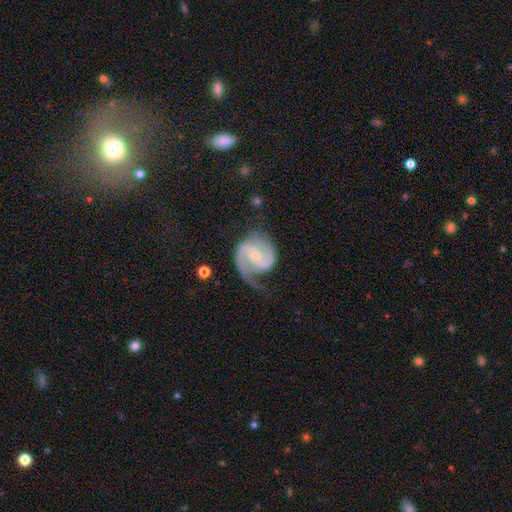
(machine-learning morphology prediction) smooth-or-featured: featured or disk: 90% | smooth: 6% | star or artifact: 4%
  disk-edge-on: no: 98% | yes: 2%
    bar: weak: 48% | no: 32% | strong: 19%
    has-spiral-arms: yes: 98% | no: 2%
      spiral-winding: medium: 52% | tight: 30% | loose: 18%
      spiral-arm-count: 2: 85% | 1: 8% | can't tell: 3% | 3: 2% | 4: 1% | more than 4: 1%
    bulge-size: small: 61% | moderate: 29% | none: 6% | large: 2% | dominant: 1%
  merging: none: 58% | minor disturbance: 23% | major disturbance: 18% | merger: 2%